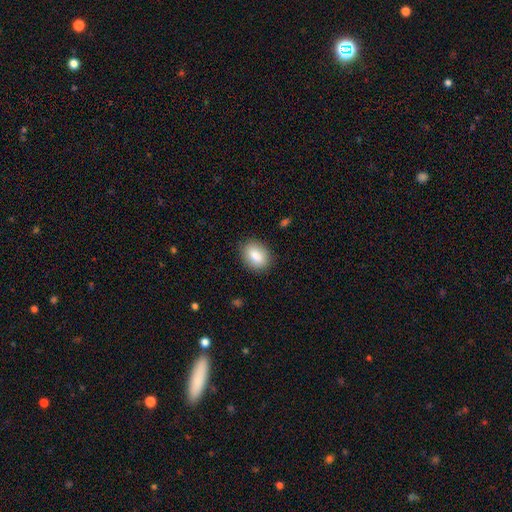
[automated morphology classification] smooth-or-featured: smooth: 85% | featured or disk: 8% | star or artifact: 7%
  how-rounded: in between: 80% | round: 18% | cigar-shaped: 2%
  merging: none: 86% | minor disturbance: 10% | major disturbance: 3% | merger: 1%